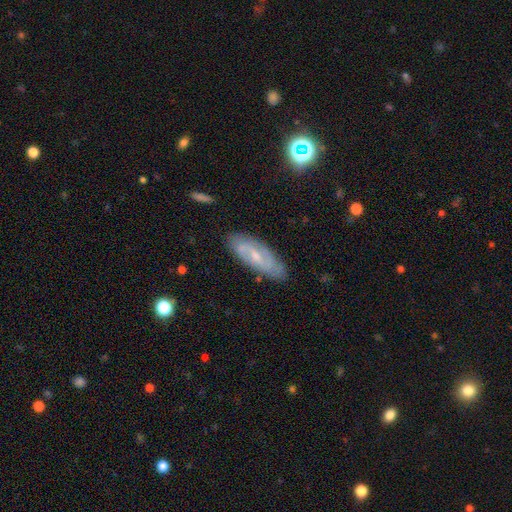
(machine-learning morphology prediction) smooth_or_featured: featured or disk (p=0.70) [alt: smooth p=0.22]
disk_edge_on: no (p=0.86) [alt: yes p=0.14]
bar: weak (p=0.50) [alt: no p=0.31]
has_spiral_arms: yes (p=0.86) [alt: no p=0.14]
spiral_winding: medium (p=0.41) [alt: tight p=0.36]
spiral_arm_count: 2 (p=0.69) [alt: can't tell p=0.22]
bulge_size: small (p=0.64) [alt: moderate p=0.29]
merging: none (p=0.82) [alt: minor disturbance p=0.14]